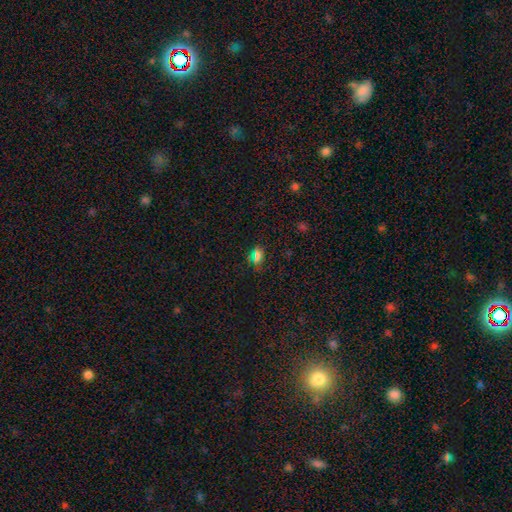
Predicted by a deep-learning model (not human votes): Smooth or featured? smooth (58%)
How rounded? in between (69%)
Merging? none (80%)